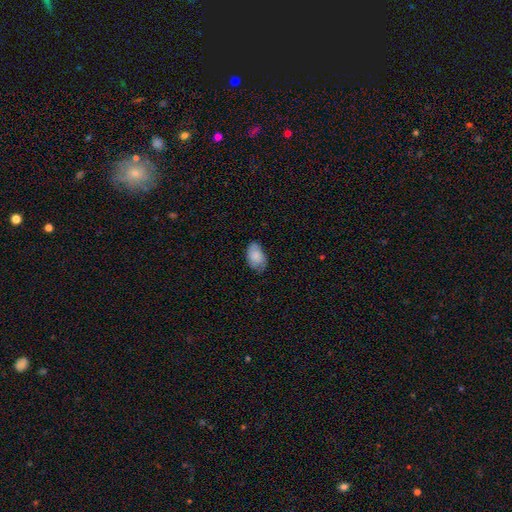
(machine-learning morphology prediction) Q: Smooth or featured?
A: smooth (79%); runner-up: featured or disk (14%)
Q: How rounded?
A: in between (92%); runner-up: round (7%)
Q: Merging?
A: none (63%); runner-up: minor disturbance (29%)